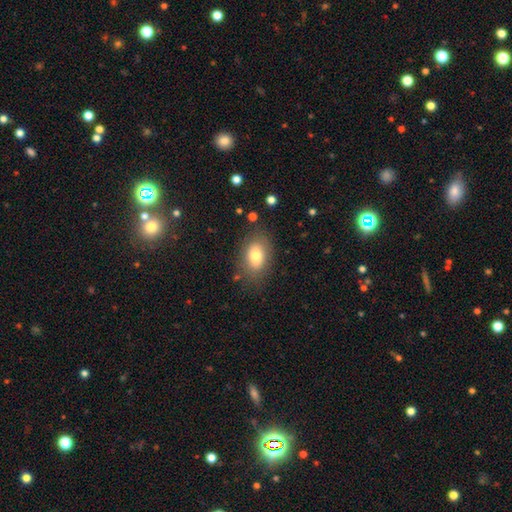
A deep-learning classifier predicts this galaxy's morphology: A smooth galaxy with no disk features (79%) that is in between round and cigar-shaped (84%). Merging: none (79%).